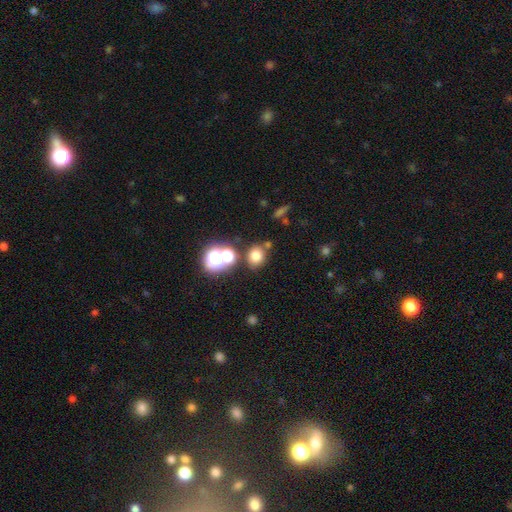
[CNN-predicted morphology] Overall: smooth (73%). How rounded: round (73%). Merging: none (71%).